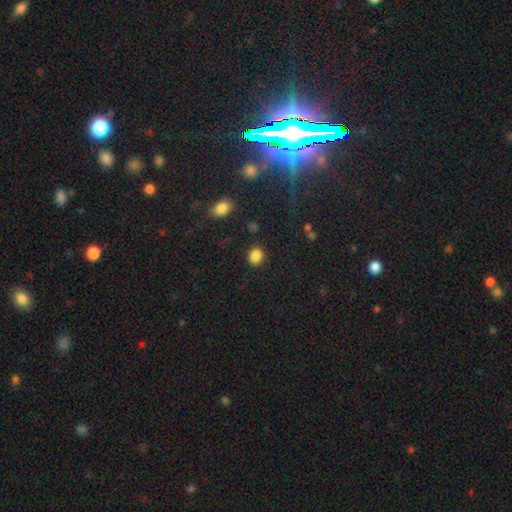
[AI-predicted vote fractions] Overall: smooth (86%). How rounded: round (53%; in between 45%). Merging: none (85%).